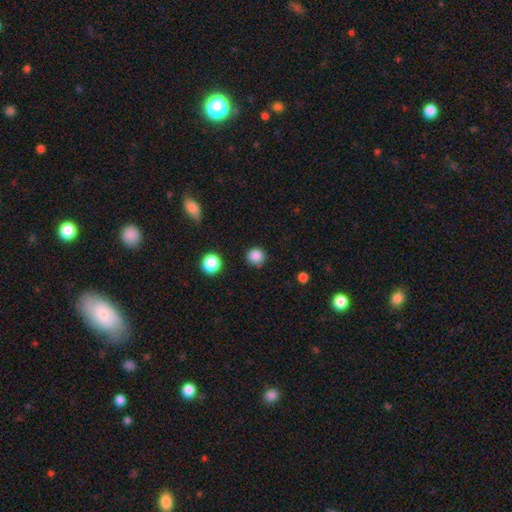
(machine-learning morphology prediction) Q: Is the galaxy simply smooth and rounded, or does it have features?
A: smooth — 85%.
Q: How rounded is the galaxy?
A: round — 93%.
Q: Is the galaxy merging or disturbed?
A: none — 86%.